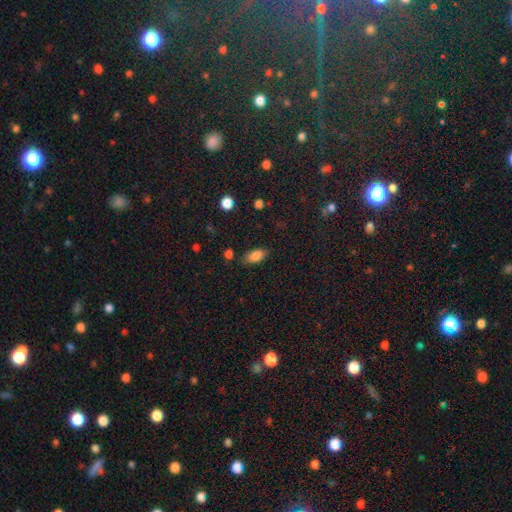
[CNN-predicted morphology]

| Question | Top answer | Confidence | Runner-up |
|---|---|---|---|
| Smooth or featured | smooth | 84% | star or artifact (8%) |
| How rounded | in between | 90% | cigar-shaped (6%) |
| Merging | none | 79% | minor disturbance (15%) |